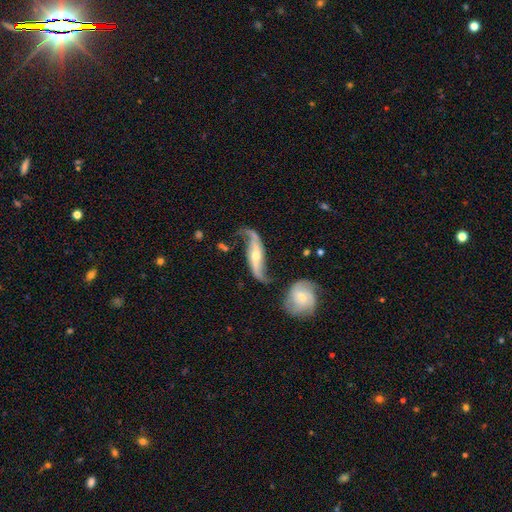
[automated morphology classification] Q: Smooth or featured?
A: featured or disk (88%); runner-up: smooth (7%)
Q: Edge-on disk?
A: no (89%); runner-up: yes (11%)
Q: Bar?
A: strong (35%); runner-up: no (34%)
Q: Spiral arms?
A: yes (95%); runner-up: no (5%)
Q: Spiral winding?
A: loose (84%); runner-up: medium (11%)
Q: Spiral arm count?
A: 2 (91%); runner-up: 1 (3%)
Q: Bulge size?
A: moderate (55%); runner-up: small (39%)
Q: Merging?
A: none (58%); runner-up: minor disturbance (19%)